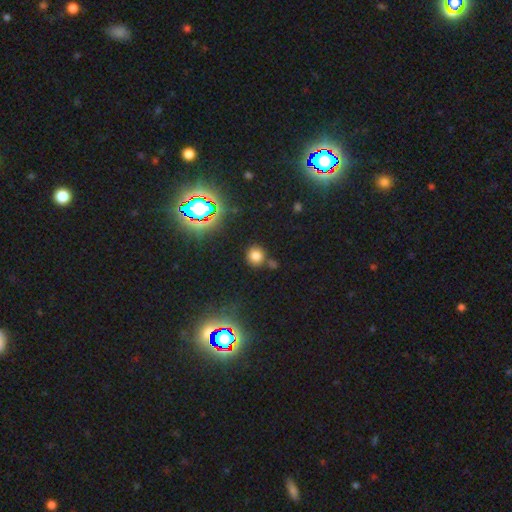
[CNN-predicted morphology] Q: Smooth or featured?
A: smooth (68%); runner-up: star or artifact (24%)
Q: How rounded?
A: round (88%); runner-up: in between (11%)
Q: Merging?
A: none (79%); runner-up: minor disturbance (9%)